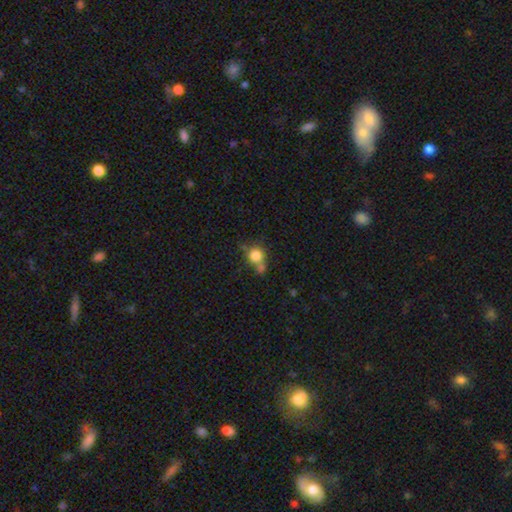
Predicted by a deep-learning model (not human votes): smooth_or_featured: smooth (p=0.79) [alt: star or artifact p=0.11]
how_rounded: round (p=0.84) [alt: in between p=0.15]
merging: none (p=0.41) [alt: merger p=0.37]